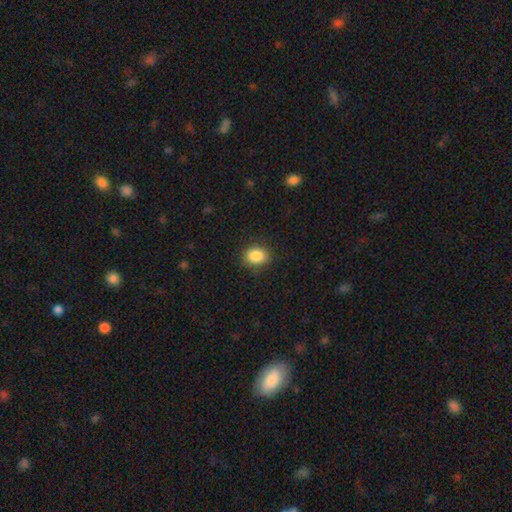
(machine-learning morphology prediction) smooth_or_featured: smooth (p=0.86) [alt: star or artifact p=0.09]
how_rounded: in between (p=0.56) [alt: round p=0.43]
merging: none (p=0.86) [alt: minor disturbance p=0.10]